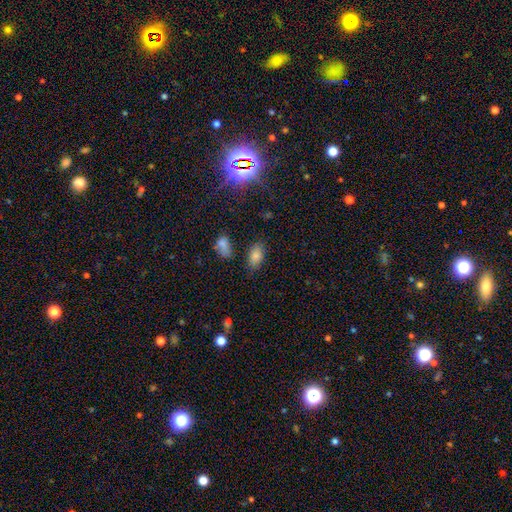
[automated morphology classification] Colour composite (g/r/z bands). It shows a smooth galaxy with no disk features (81%) that is in between round and cigar-shaped (91%). Merging: none (78%).